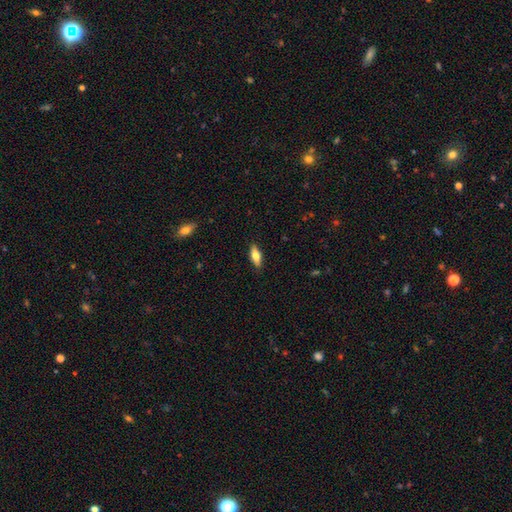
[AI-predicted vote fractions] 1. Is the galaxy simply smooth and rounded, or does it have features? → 68% smooth, 25% featured or disk, 6% star or artifact.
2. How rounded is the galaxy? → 64% in between, 34% cigar-shaped, 2% round.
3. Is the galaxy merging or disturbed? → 88% none, 9% minor disturbance, 2% major disturbance, 1% merger.